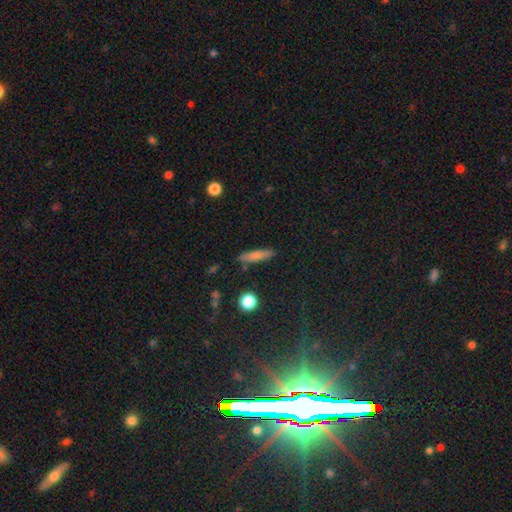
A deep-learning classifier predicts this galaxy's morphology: smooth_or_featured: smooth (p=0.77) [alt: featured or disk p=0.15]
how_rounded: cigar-shaped (p=0.79) [alt: in between p=0.18]
merging: none (p=0.84) [alt: minor disturbance p=0.10]